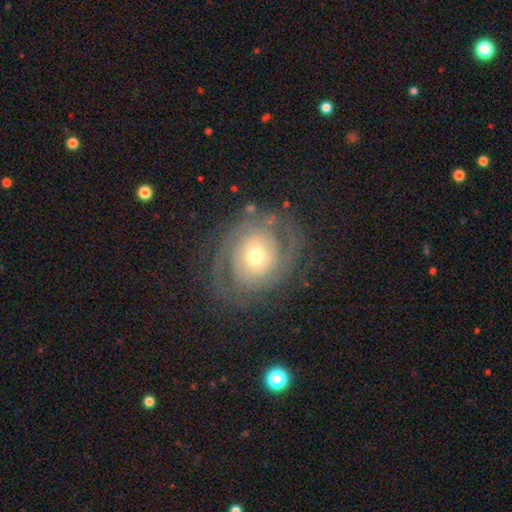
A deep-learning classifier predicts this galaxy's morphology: smooth-or-featured: featured or disk: 81% | smooth: 13% | star or artifact: 7%
  disk-edge-on: no: 97% | yes: 3%
    bar: no: 72% | weak: 21% | strong: 7%
    has-spiral-arms: yes: 90% | no: 10%
      spiral-winding: tight: 65% | medium: 26% | loose: 8%
      spiral-arm-count: 2: 49% | can't tell: 24% | 3: 13% | 4: 5% | 1: 5% | more than 4: 4%
    bulge-size: moderate: 55% | small: 36% | large: 6% | dominant: 1% | none: 1%
  merging: none: 76% | minor disturbance: 14% | major disturbance: 9% | merger: 2%